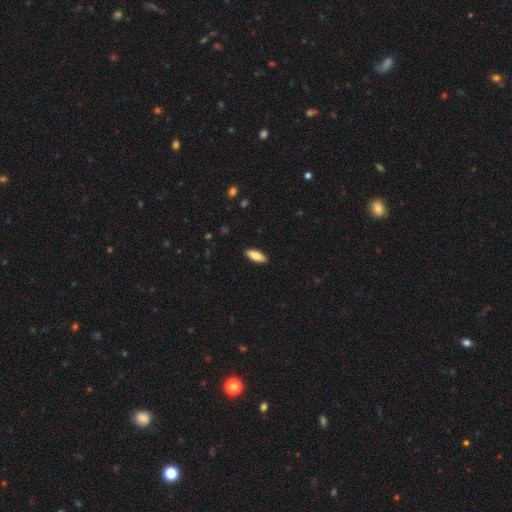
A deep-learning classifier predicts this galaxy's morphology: Smooth or featured?
  - smooth: 84% *
  - featured or disk: 10%
  - star or artifact: 6%
How rounded?
  - in between: 69% *
  - cigar-shaped: 29%
  - round: 2%
Merging?
  - none: 90% *
  - minor disturbance: 8%
  - major disturbance: 2%
  - merger: 1%